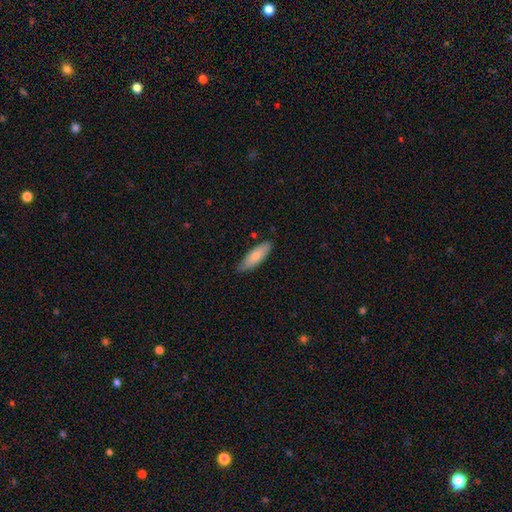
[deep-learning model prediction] A smooth galaxy with no disk features (78%) that is in between round and cigar-shaped (62%). Merging: none (78%).